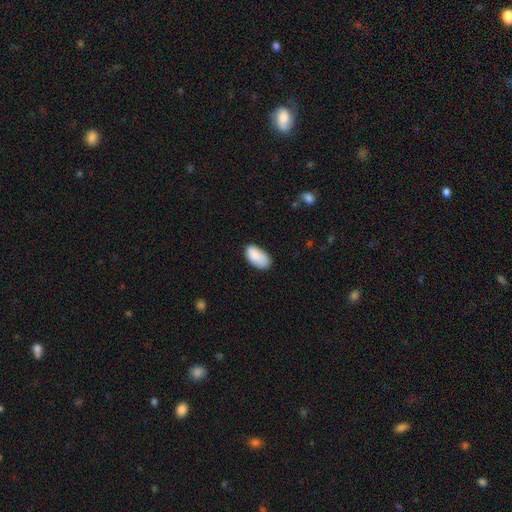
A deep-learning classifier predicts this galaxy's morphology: Smooth or featured?
  - smooth: 88% *
  - star or artifact: 7%
  - featured or disk: 6%
How rounded?
  - in between: 95% *
  - round: 3%
  - cigar-shaped: 2%
Merging?
  - none: 68% *
  - minor disturbance: 25%
  - major disturbance: 5%
  - merger: 2%